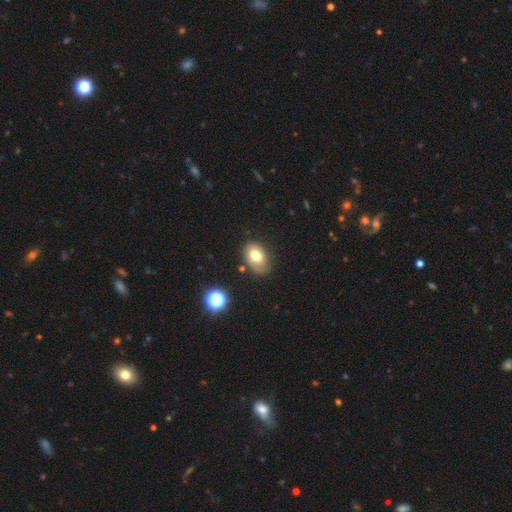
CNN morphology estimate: This appears to be a smooth galaxy with no disk features (73%) that is in between round and cigar-shaped (85%). Merging: none (69%).